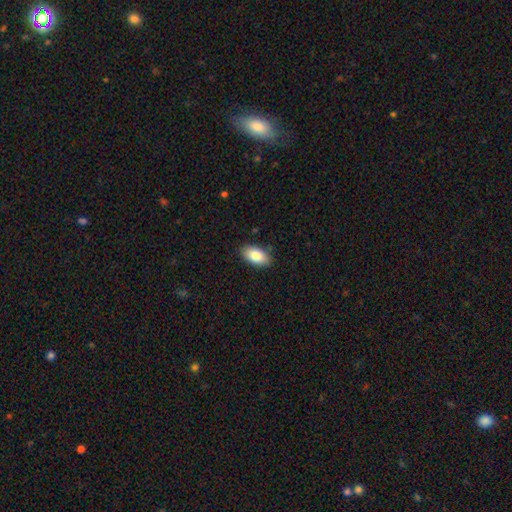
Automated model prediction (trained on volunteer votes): Smooth or featured: smooth — 84% (featured or disk — 10%)
How rounded: in between — 94% (round — 4%)
Merging: none — 87% (minor disturbance — 10%)